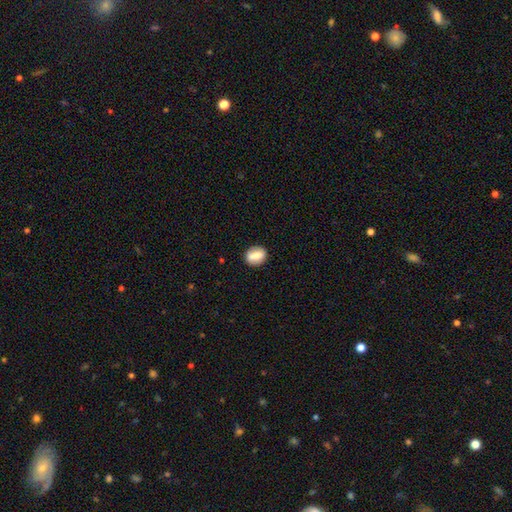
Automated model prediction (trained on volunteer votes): Smooth or featured? smooth (68%)
How rounded? in between (52%)
Merging? none (87%)